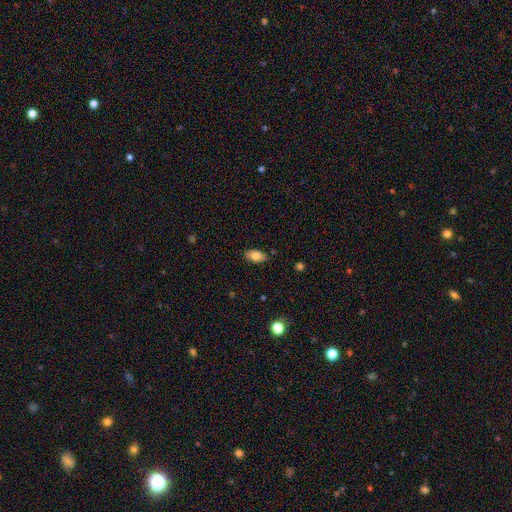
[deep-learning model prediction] Smooth or featured? Predicted: smooth (p=0.80). How rounded? Predicted: in between (p=0.91). Merging? Predicted: none (p=0.83).